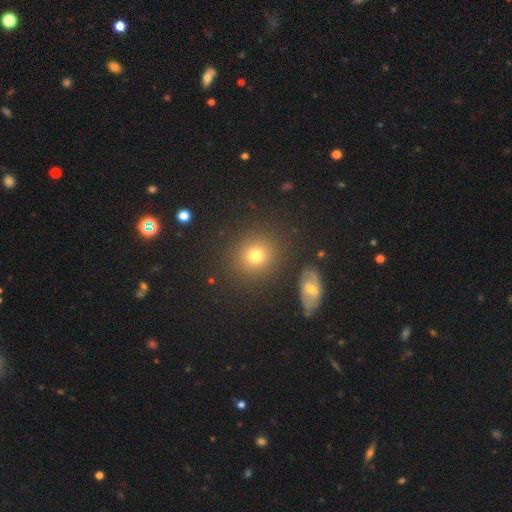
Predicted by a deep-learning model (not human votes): This is likely a smooth galaxy (76%). How rounded: clearly round (85%). Merging: clearly none (85%).